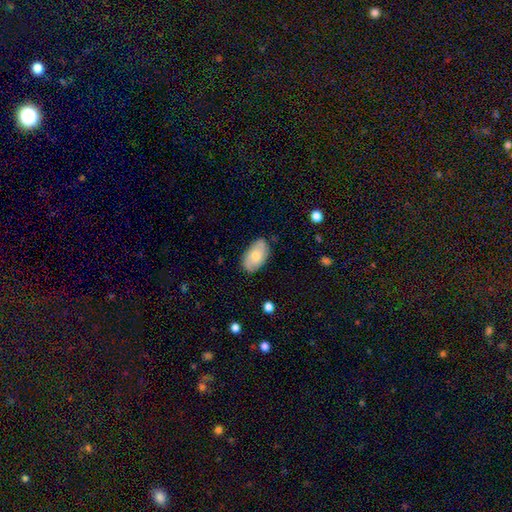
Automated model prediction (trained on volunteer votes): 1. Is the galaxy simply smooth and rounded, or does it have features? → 67% smooth, 27% featured or disk, 6% star or artifact.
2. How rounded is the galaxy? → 93% in between, 5% round, 1% cigar-shaped.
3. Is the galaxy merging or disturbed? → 78% none, 18% minor disturbance, 3% major disturbance, 1% merger.